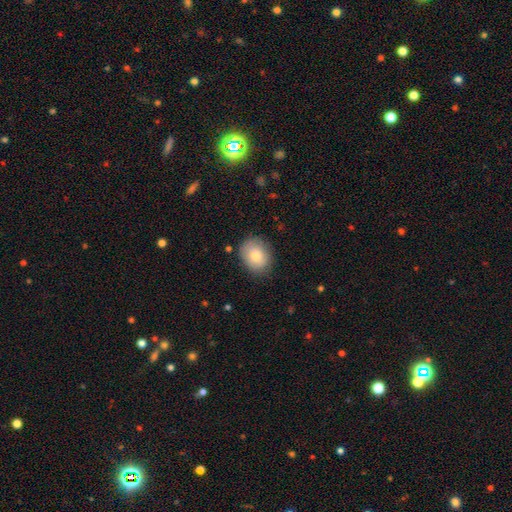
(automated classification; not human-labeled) This appears to be a smooth galaxy with no disk features (80%) that is in between round and cigar-shaped (51%). Merging: none (80%).